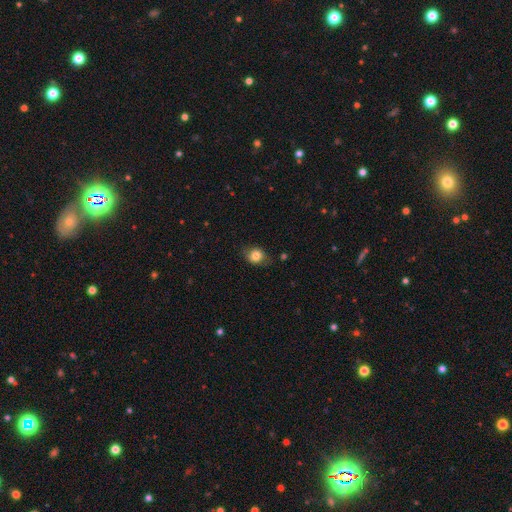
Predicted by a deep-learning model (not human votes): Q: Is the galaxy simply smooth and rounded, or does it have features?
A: smooth — 80%.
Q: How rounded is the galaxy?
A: round — 50%.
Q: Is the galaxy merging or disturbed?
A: none — 71%.